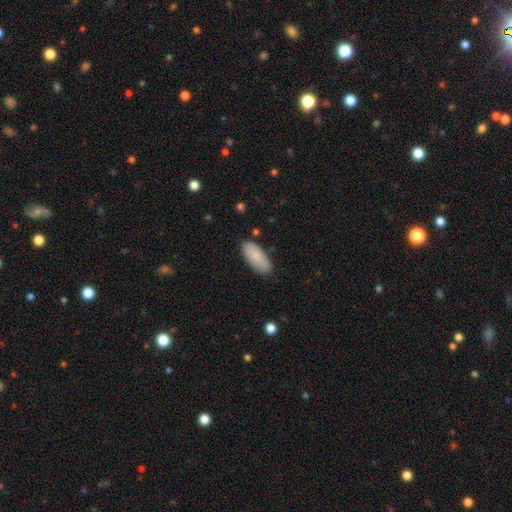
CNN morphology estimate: The model was most divided on "how rounded": in between: 86%, cigar-shaped: 13%, round: 2%. More confident: smooth or featured — smooth (86%); merging — none (85%).